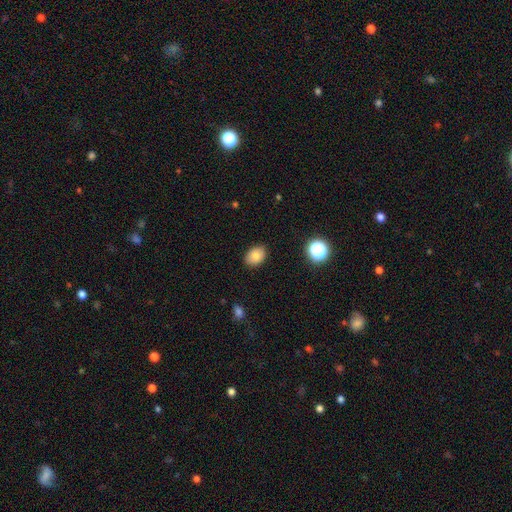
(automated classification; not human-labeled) This appears to be a smooth galaxy with no disk features (82%) that is in between round and cigar-shaped (76%). Merging: none (87%).